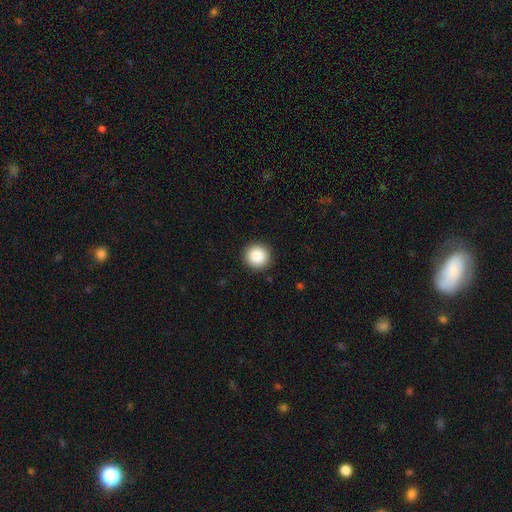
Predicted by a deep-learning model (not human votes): smooth-or-featured: smooth: 87% | star or artifact: 9% | featured or disk: 4%
  how-rounded: round: 94% | in between: 5% | cigar-shaped: 1%
  merging: none: 92% | minor disturbance: 5% | major disturbance: 2% | merger: 1%